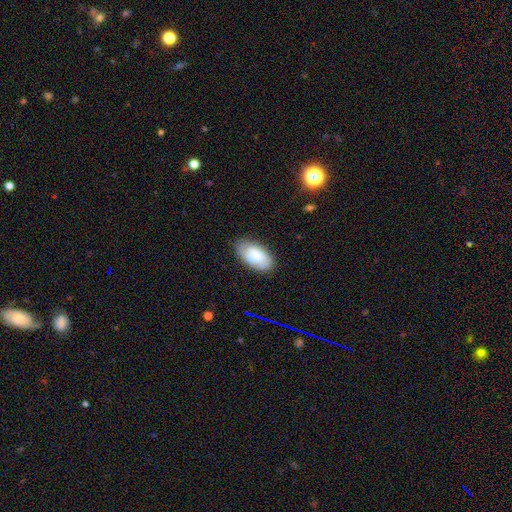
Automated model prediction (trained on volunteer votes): Overall: smooth (62%; featured or disk 30%). How rounded: in between (93%). Merging: none (76%).